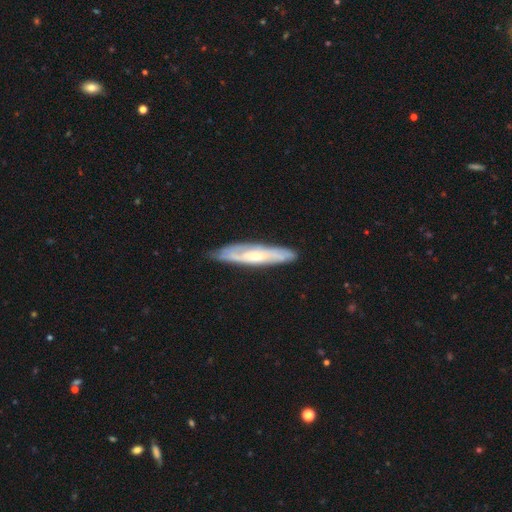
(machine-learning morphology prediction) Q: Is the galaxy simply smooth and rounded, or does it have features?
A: featured or disk — 65%.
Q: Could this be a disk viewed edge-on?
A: yes — 50%, tied with no.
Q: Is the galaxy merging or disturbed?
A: none — 75%.